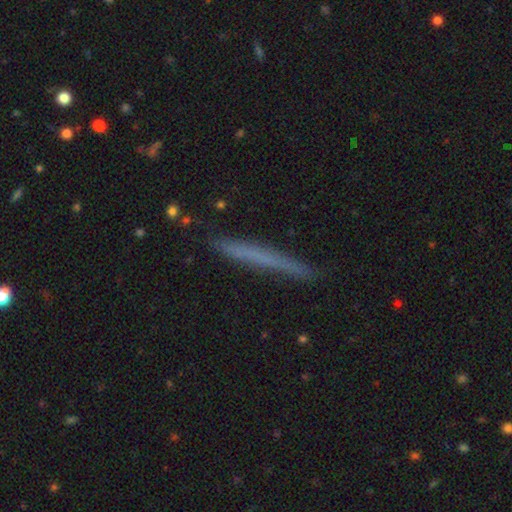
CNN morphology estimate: The model was most divided on "smooth or featured": smooth: 54%, featured or disk: 37%, star or artifact: 8%. More confident: how rounded — cigar-shaped (96%); merging — none (87%).